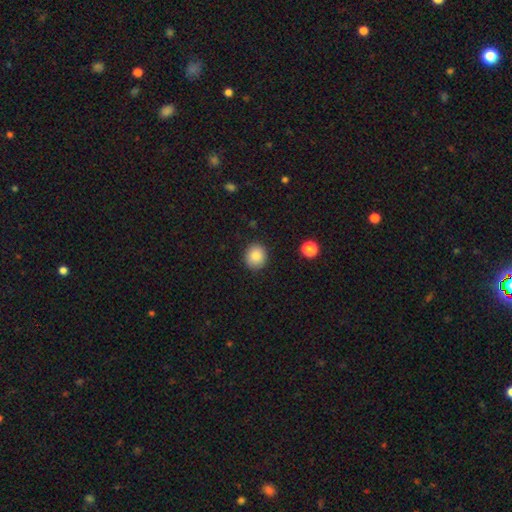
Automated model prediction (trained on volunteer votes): smooth-or-featured: smooth: 85% | star or artifact: 9% | featured or disk: 6%
  how-rounded: round: 83% | in between: 16% | cigar-shaped: 1%
  merging: none: 90% | minor disturbance: 7% | major disturbance: 2% | merger: 1%